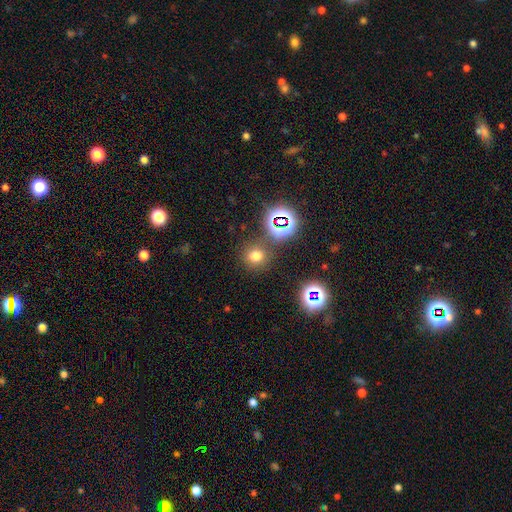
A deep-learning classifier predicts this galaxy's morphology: smooth_or_featured: smooth (p=0.67) [alt: star or artifact p=0.26]
how_rounded: round (p=0.86) [alt: in between p=0.13]
merging: none (p=0.79) [alt: minor disturbance p=0.09]